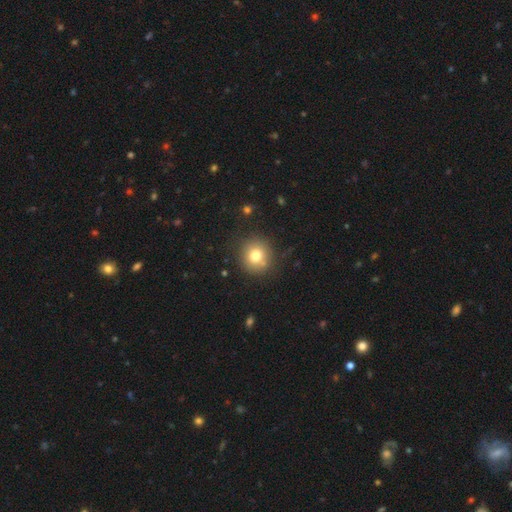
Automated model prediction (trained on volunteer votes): A smooth galaxy with no disk features (77%) that is round (90%). Merging: none (82%).